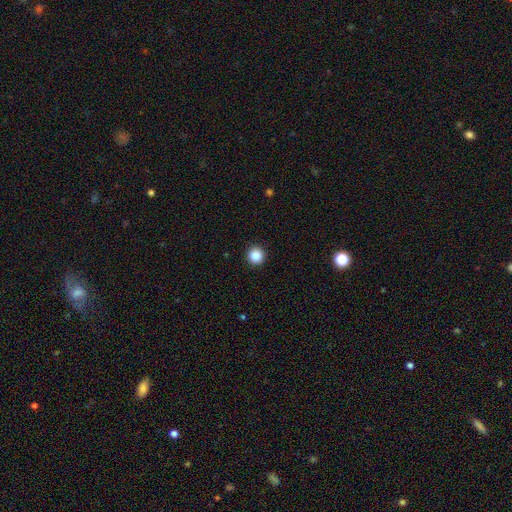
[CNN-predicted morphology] A smooth galaxy with no disk features (86%) that is round (96%).

Vote fractions:
- Smooth or featured? smooth: 86% / star or artifact: 10% / featured or disk: 3%
- How rounded? round: 96% / in between: 3% / cigar-shaped: 1%
- Merging? none: 93% / minor disturbance: 4% / major disturbance: 1% / merger: 1%